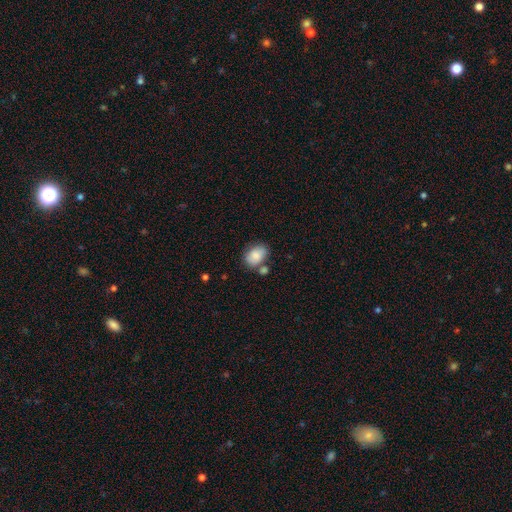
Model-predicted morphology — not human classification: This is clearly a smooth galaxy (85%). How rounded: likely in between (79%). Merging: possibly none (59%).